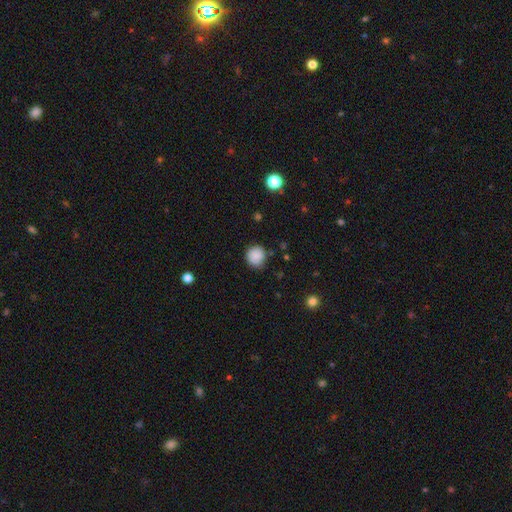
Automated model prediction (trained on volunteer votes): Q: Smooth or featured?
A: smooth (86%); runner-up: star or artifact (9%)
Q: How rounded?
A: round (88%); runner-up: in between (11%)
Q: Merging?
A: none (78%); runner-up: minor disturbance (17%)